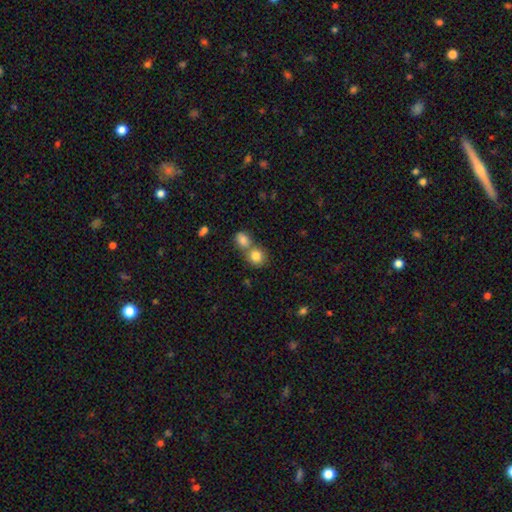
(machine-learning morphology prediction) smooth_or_featured: smooth (p=0.83) [alt: star or artifact p=0.09]
how_rounded: round (p=0.76) [alt: in between p=0.22]
merging: merger (p=0.52) [alt: none p=0.38]